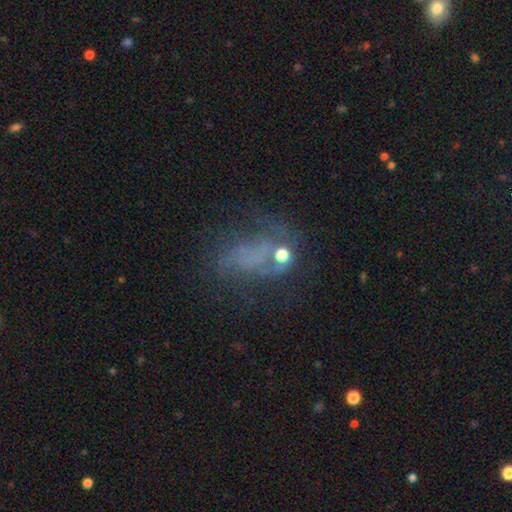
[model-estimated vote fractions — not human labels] smooth-or-featured: featured or disk: 42% | smooth: 32% | star or artifact: 26%
  merging: none: 40% | major disturbance: 33% | minor disturbance: 20% | merger: 8%